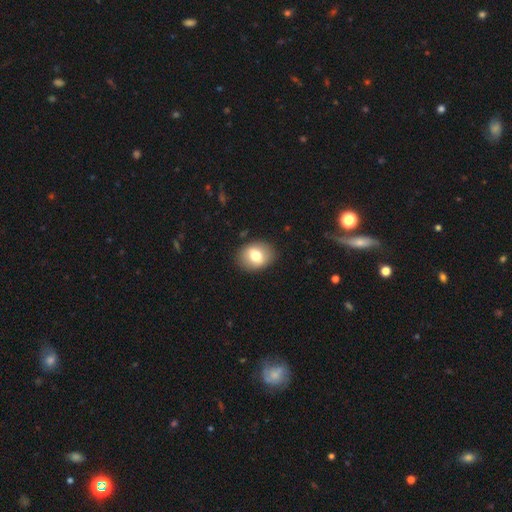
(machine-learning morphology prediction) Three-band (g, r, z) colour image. It shows a smooth galaxy with no disk features (71%) that is in between round and cigar-shaped (56%). Merging: none (87%).